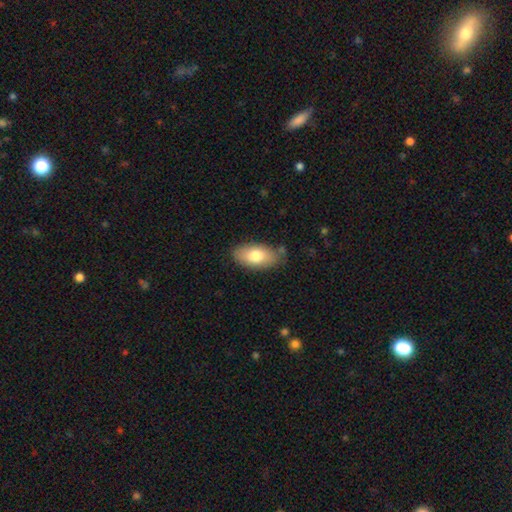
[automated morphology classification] Overall: smooth (75%). How rounded: in between (92%). Merging: none (77%).